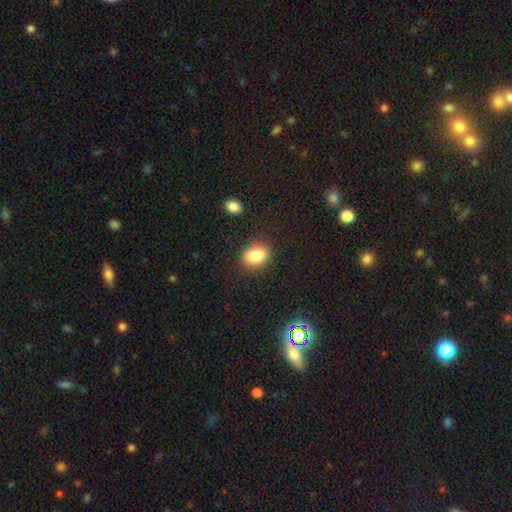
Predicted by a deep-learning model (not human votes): A smooth galaxy with no disk features (86%) that is in between round and cigar-shaped (72%). Merging: none (84%).